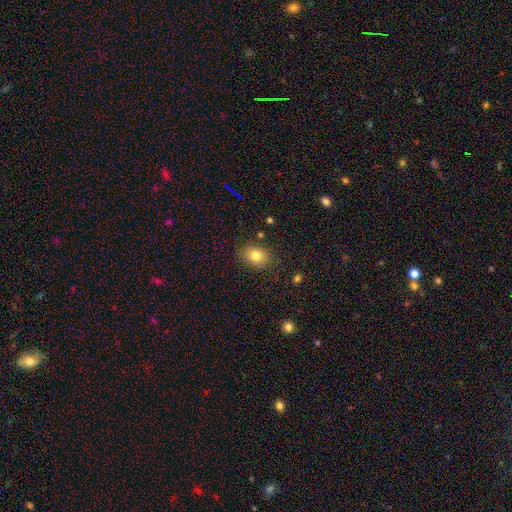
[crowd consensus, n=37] A smooth galaxy with no disk features (86%) that is in between round and cigar-shaped (66%).

Vote fractions:
- Smooth or featured? smooth: 86% / star or artifact: 8% / featured or disk: 5%
- How rounded? in between: 66% / round: 34% / cigar-shaped: 0%
- Merging? none: 88% / minor disturbance: 12% / major disturbance: 0% / merger: 0%